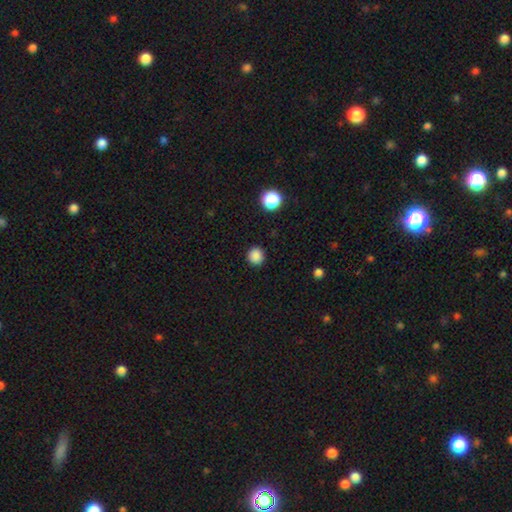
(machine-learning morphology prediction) Overall: smooth (86%). How rounded: round (91%). Merging: none (91%).